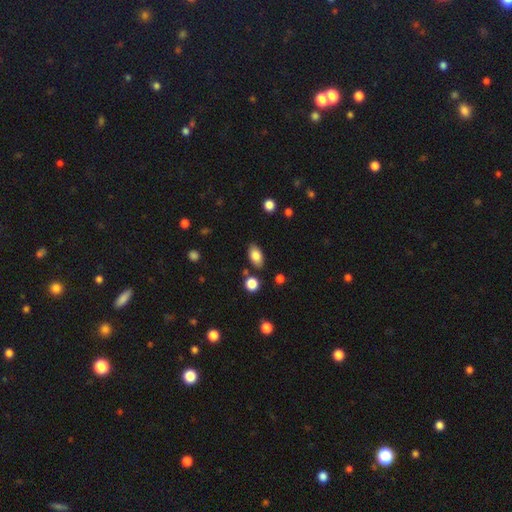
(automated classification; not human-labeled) Smooth or featured? Predicted: smooth (p=0.82). How rounded? Predicted: in between (p=0.90). Merging? Predicted: none (p=0.82).